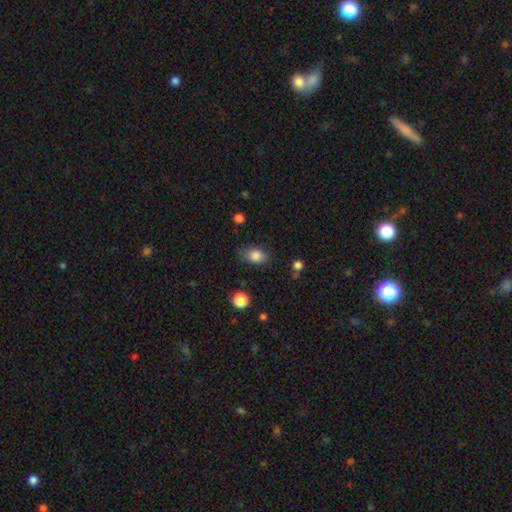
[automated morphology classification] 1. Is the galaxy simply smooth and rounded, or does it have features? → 85% smooth, 9% star or artifact, 6% featured or disk.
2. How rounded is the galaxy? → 73% in between, 25% round, 1% cigar-shaped.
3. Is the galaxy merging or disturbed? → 76% none, 18% minor disturbance, 5% major disturbance, 2% merger.